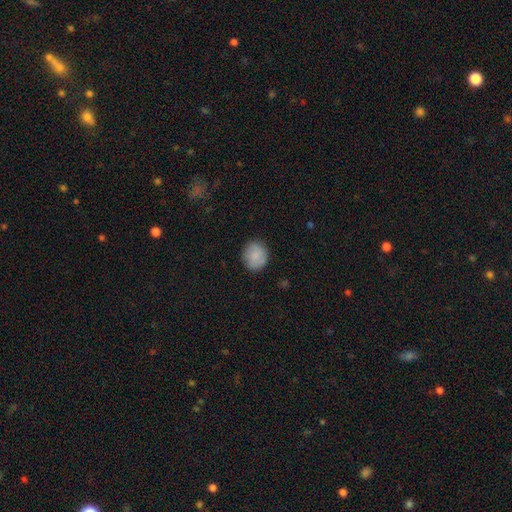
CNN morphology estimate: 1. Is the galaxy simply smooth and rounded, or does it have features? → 85% smooth, 8% featured or disk, 7% star or artifact.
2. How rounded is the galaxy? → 82% round, 17% in between, 1% cigar-shaped.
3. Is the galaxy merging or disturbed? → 86% none, 11% minor disturbance, 3% major disturbance, 1% merger.